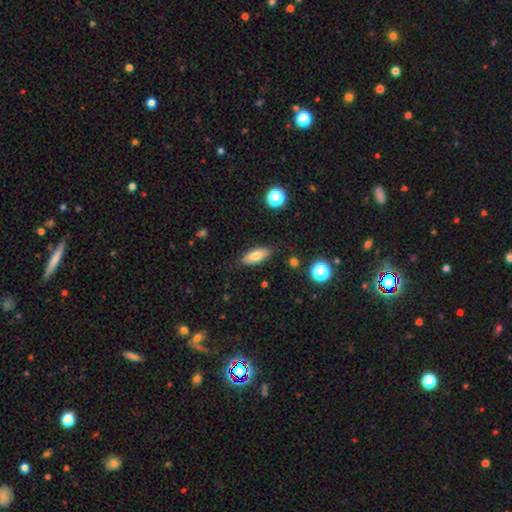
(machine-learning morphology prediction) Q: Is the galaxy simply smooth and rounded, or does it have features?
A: smooth — 77%.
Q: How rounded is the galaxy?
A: in between — 78%.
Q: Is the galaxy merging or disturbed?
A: none — 84%.